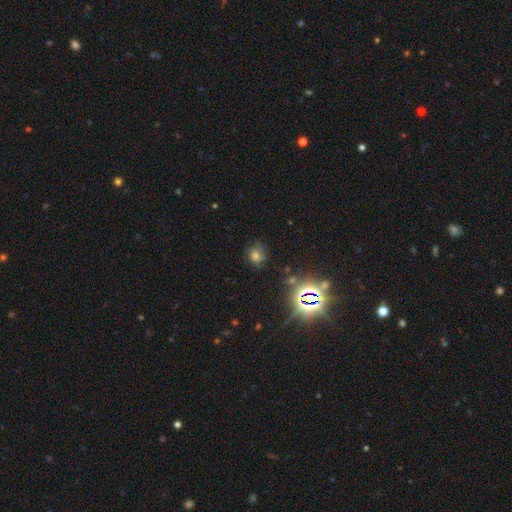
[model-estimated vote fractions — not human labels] smooth_or_featured: smooth (p=0.46) [alt: star or artifact p=0.30]
merging: none (p=0.69) [alt: minor disturbance p=0.19]